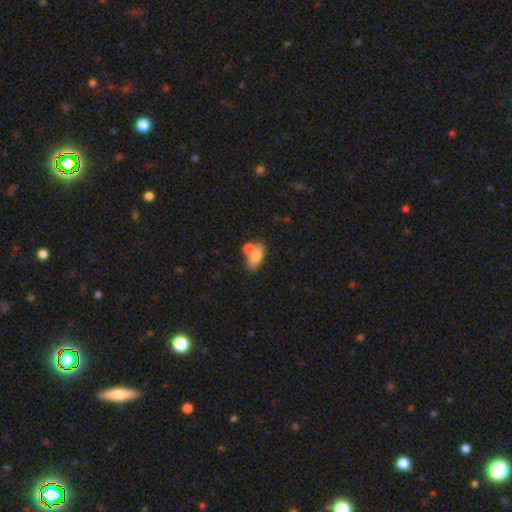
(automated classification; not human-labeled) Smooth or featured: smooth — 73% (featured or disk — 18%)
How rounded: in between — 84% (round — 10%)
Merging: merger — 41% (none — 39%)